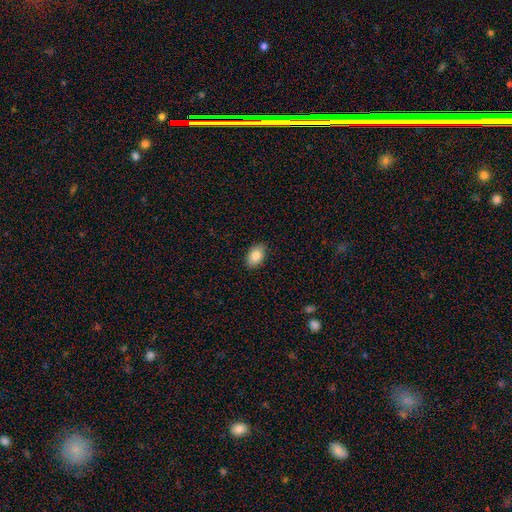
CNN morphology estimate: Smooth or featured? Predicted: smooth (p=0.84). How rounded? Predicted: in between (p=0.89). Merging? Predicted: none (p=0.87).